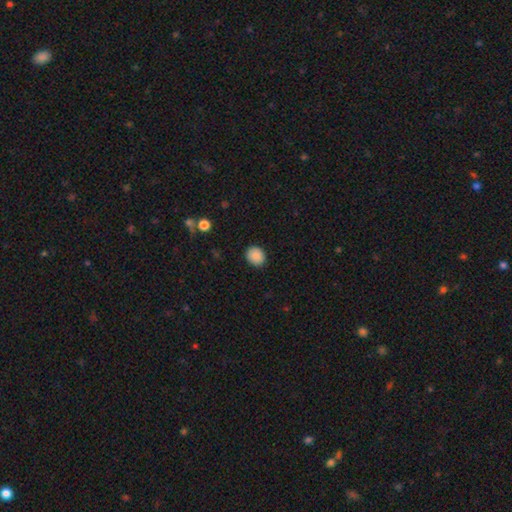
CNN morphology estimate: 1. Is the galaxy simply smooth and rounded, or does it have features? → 89% smooth, 8% star or artifact, 3% featured or disk.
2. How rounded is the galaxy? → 73% round, 26% in between, 1% cigar-shaped.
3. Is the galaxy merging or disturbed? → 89% none, 8% minor disturbance, 2% major disturbance, 1% merger.